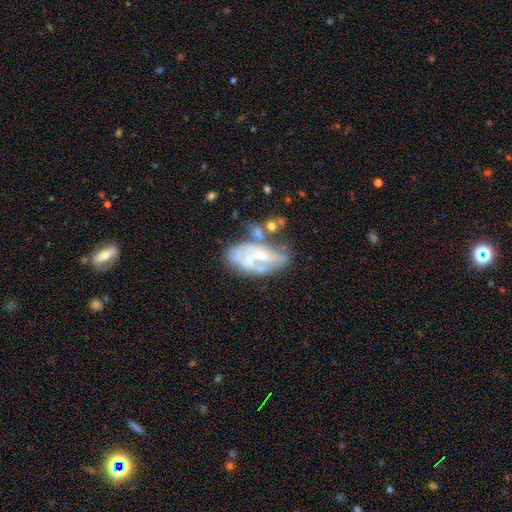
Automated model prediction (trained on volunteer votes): A featured or disk galaxy (68%) with no bar (64%), spiral arms (55%) and a small central bulge (47%). Merging: none (36%).